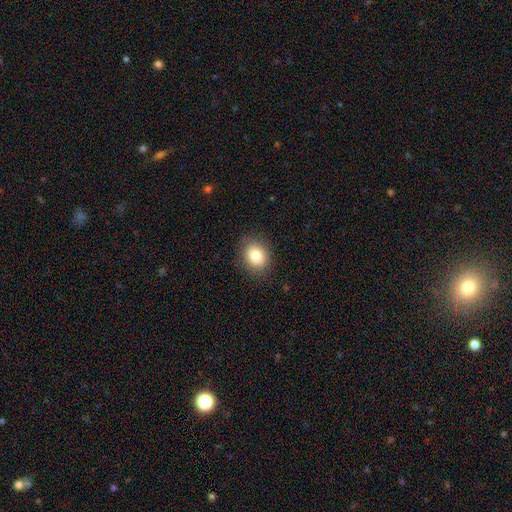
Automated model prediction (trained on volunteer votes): Smooth or featured? Predicted: smooth (p=0.82). How rounded? Predicted: round (p=0.62). Merging? Predicted: none (p=0.87).